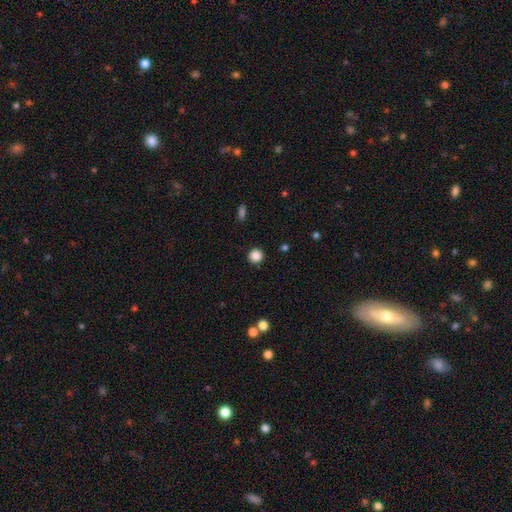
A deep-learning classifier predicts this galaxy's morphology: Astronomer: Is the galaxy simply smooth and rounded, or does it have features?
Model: smooth — 86%.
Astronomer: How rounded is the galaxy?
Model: round — 94%.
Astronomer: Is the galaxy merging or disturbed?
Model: none — 92%.